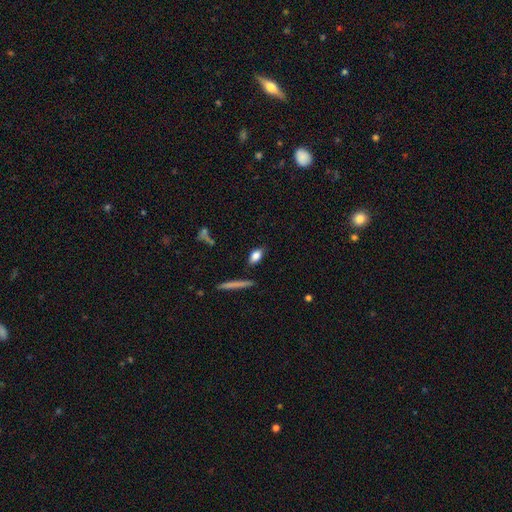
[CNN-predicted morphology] A smooth galaxy with no disk features (80%) that is in between round and cigar-shaped (79%). Merging: none (81%).